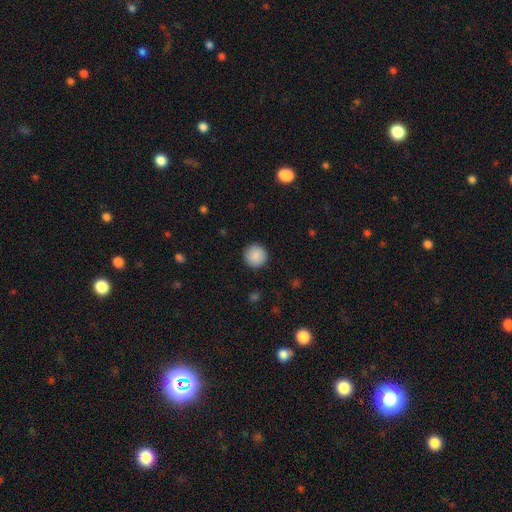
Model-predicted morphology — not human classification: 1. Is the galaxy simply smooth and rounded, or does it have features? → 89% smooth, 8% star or artifact, 3% featured or disk.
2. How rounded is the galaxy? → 96% round, 3% in between, 1% cigar-shaped.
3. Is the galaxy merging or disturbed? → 92% none, 5% minor disturbance, 2% major disturbance, 1% merger.